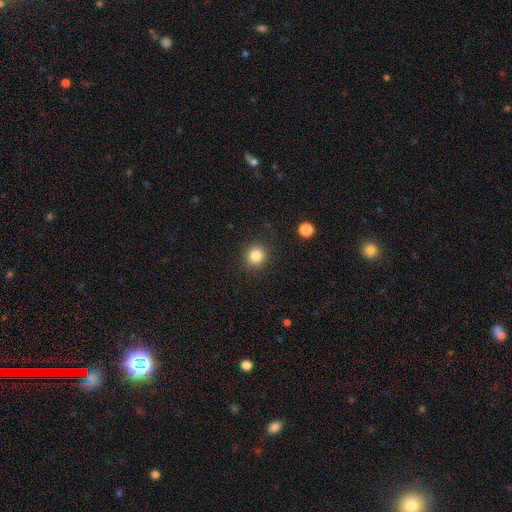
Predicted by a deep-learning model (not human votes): Morphology: type=smooth (84%); roundness=round (91%); merging=none (89%).